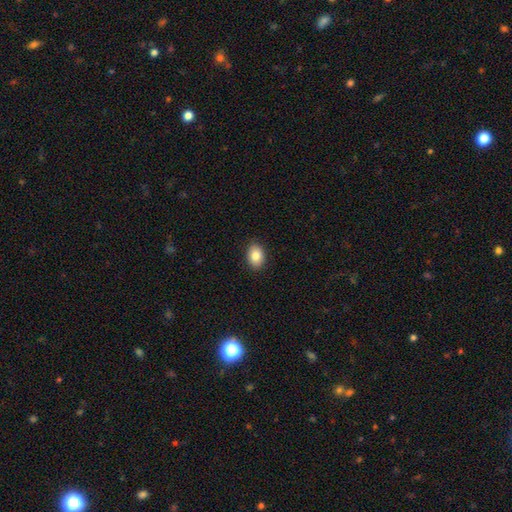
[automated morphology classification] The model was most divided on "how rounded": in between: 76%, round: 23%, cigar-shaped: 1%. More confident: merging — none (89%); smooth or featured — smooth (84%).